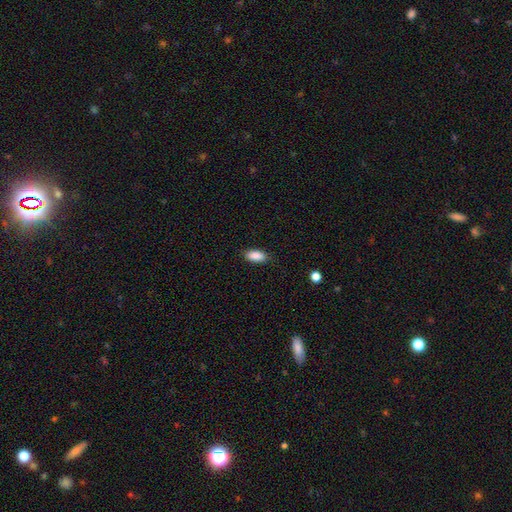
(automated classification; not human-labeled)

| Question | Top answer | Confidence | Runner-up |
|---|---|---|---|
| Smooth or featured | smooth | 89% | star or artifact (7%) |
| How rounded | in between | 90% | cigar-shaped (7%) |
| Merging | none | 85% | minor disturbance (12%) |